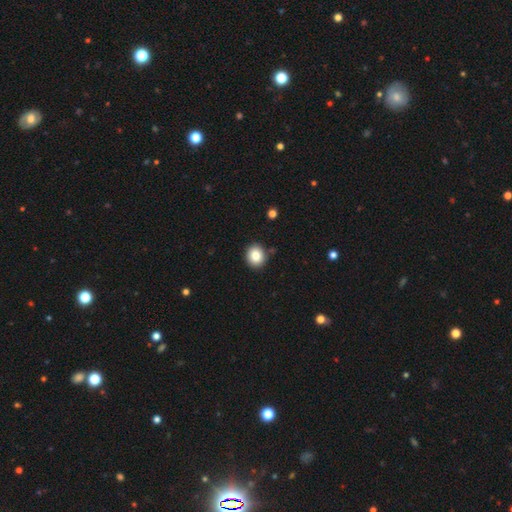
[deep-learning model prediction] A smooth galaxy with no disk features (84%) that is round (79%). Merging: none (89%).